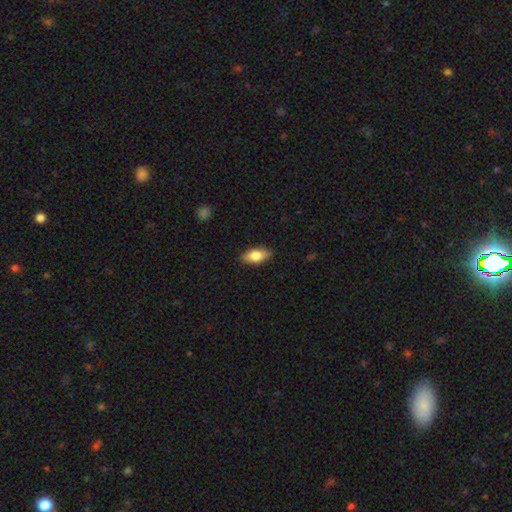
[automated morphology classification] Smooth or featured?
  - smooth: 77% *
  - featured or disk: 17%
  - star or artifact: 7%
How rounded?
  - in between: 84% *
  - cigar-shaped: 12%
  - round: 4%
Merging?
  - none: 87% *
  - minor disturbance: 10%
  - major disturbance: 2%
  - merger: 1%